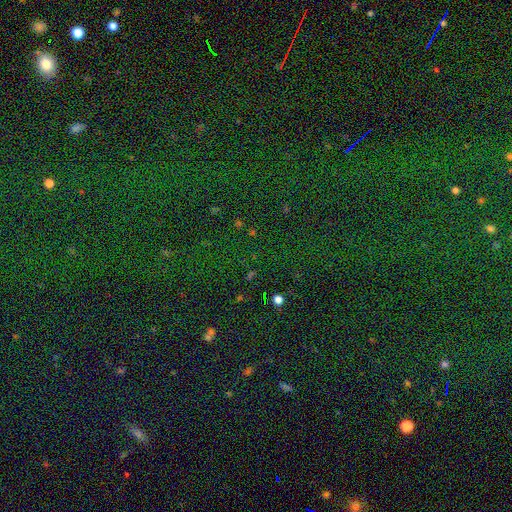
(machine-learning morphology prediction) The model was most divided on "smooth or featured": star or artifact: 83%, smooth: 10%, featured or disk: 7%.